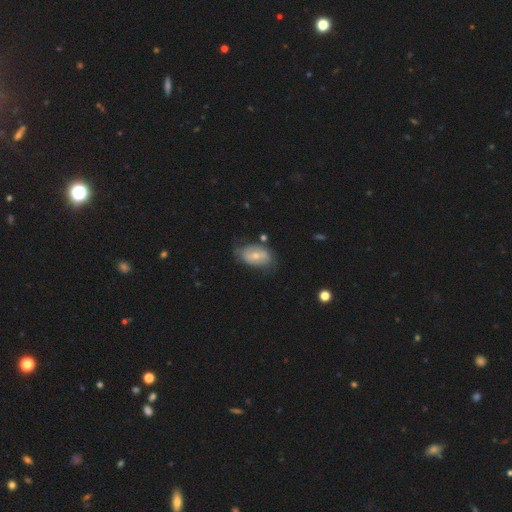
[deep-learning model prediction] Smooth or featured?
  - smooth: 48% *
  - featured or disk: 45%
  - star or artifact: 7%
Merging?
  - none: 61% *
  - minor disturbance: 27%
  - major disturbance: 8%
  - merger: 4%